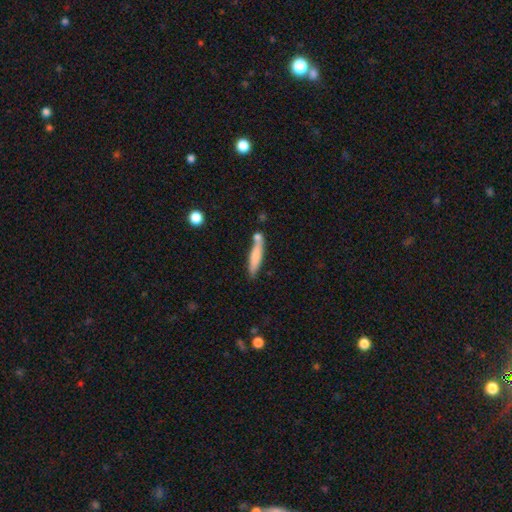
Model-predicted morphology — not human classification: A smooth galaxy with no disk features (72%) that is cigar-shaped (87%).

Vote fractions:
- Smooth or featured? smooth: 72% / featured or disk: 23% / star or artifact: 6%
- How rounded? cigar-shaped: 87% / in between: 11% / round: 2%
- Merging? none: 60% / merger: 19% / minor disturbance: 17% / major disturbance: 4%